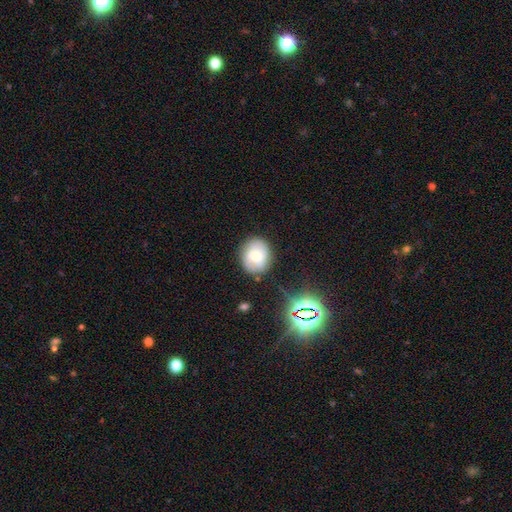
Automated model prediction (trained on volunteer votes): This is possibly a smooth galaxy (53%). How rounded: likely round (75%). Merging: clearly none (81%).